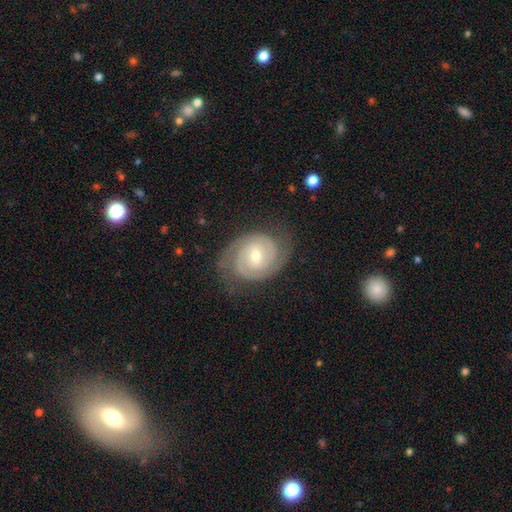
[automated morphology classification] This appears to be a featured or disk galaxy (90%) with a weak bar (48%), 2 (86%) tight (72%) spiral arms (98%) and a moderate central bulge (54%). Merging: none (80%).